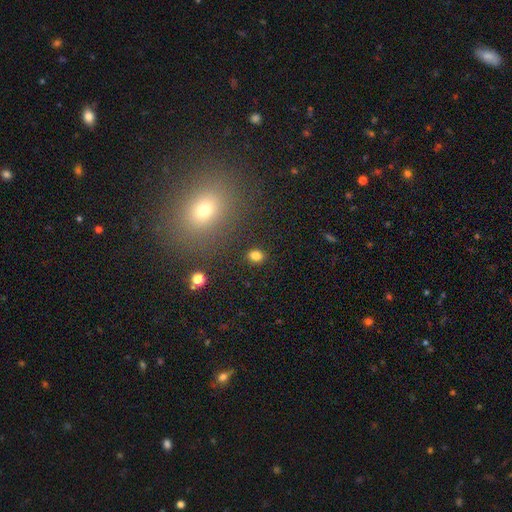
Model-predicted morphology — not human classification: smooth-or-featured: smooth: 81% | star or artifact: 14% | featured or disk: 5%
  how-rounded: round: 57% | in between: 42% | cigar-shaped: 1%
  merging: none: 87% | minor disturbance: 8% | merger: 3% | major disturbance: 3%